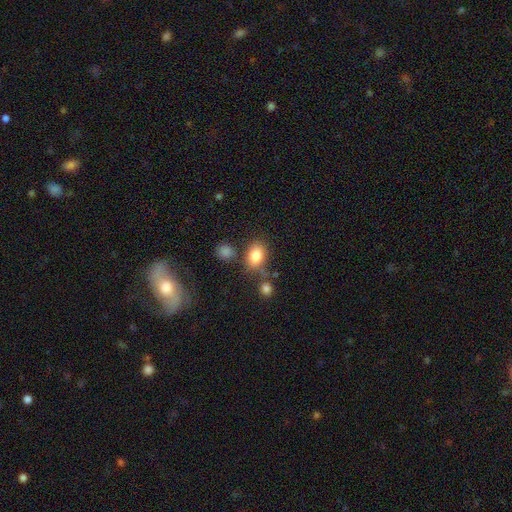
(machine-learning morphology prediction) Q: Smooth or featured?
A: smooth (82%); runner-up: star or artifact (10%)
Q: How rounded?
A: in between (72%); runner-up: round (26%)
Q: Merging?
A: none (66%); runner-up: minor disturbance (16%)